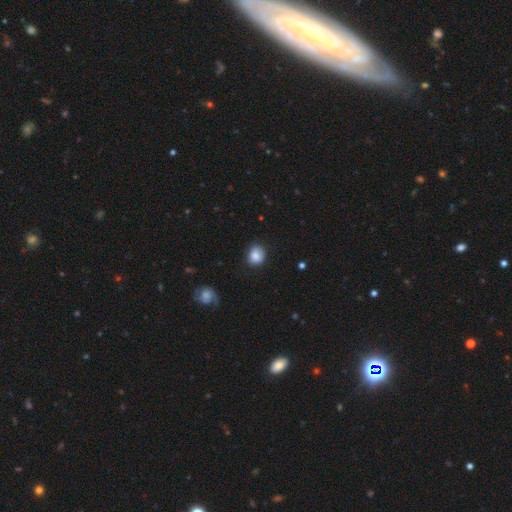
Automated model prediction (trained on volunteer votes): Overall: smooth (82%). How rounded: round (67%; in between 32%). Merging: none (73%).